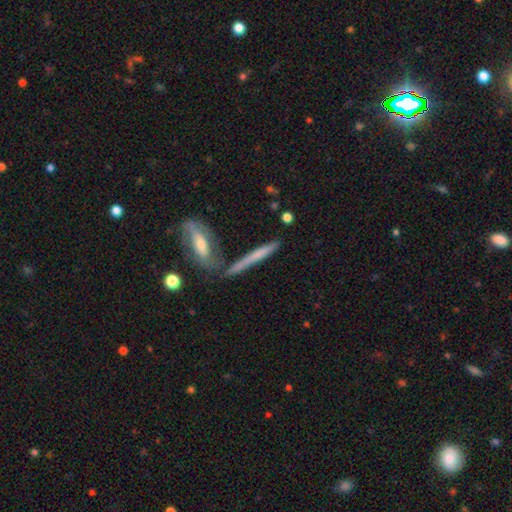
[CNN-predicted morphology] Q: Smooth or featured?
A: smooth (49%); runner-up: featured or disk (43%)
Q: Merging?
A: none (67%); runner-up: merger (17%)